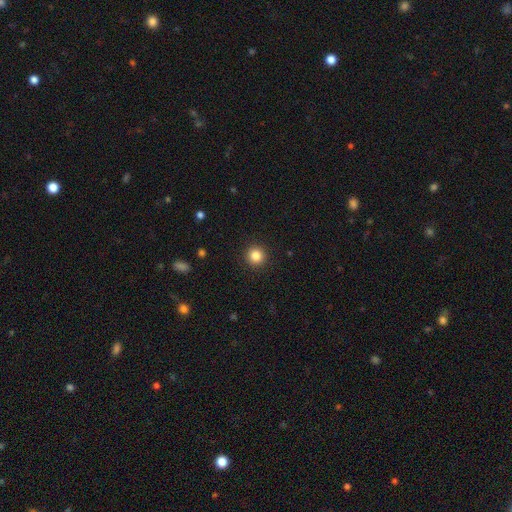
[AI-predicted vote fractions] smooth 85%, star or artifact 11%, featured or disk 4%. Down the decision tree: how rounded — round (95%); merging — none (93%).